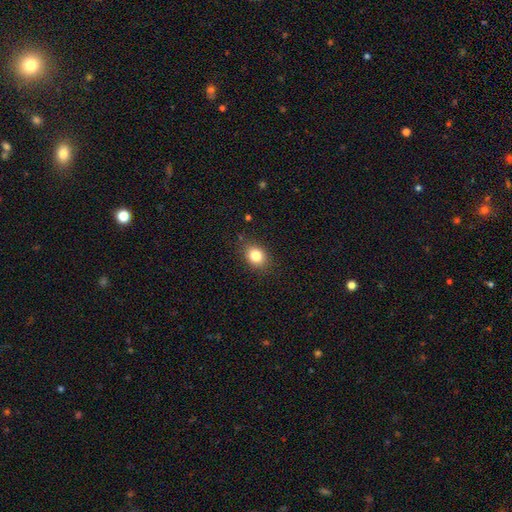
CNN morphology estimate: Smooth or featured? smooth (82%)
How rounded? in between (56%)
Merging? none (86%)